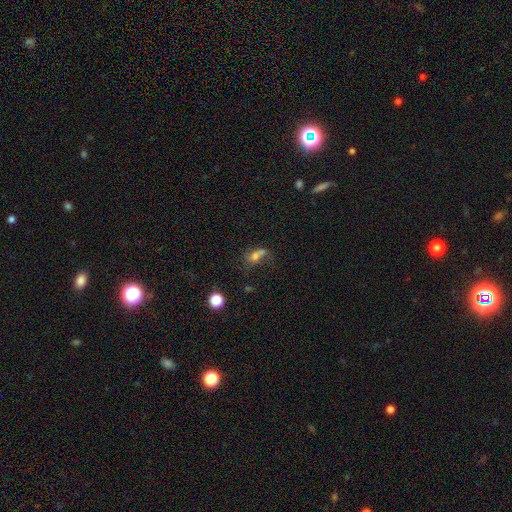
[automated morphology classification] Q: Smooth or featured?
A: smooth (66%); runner-up: featured or disk (18%)
Q: How rounded?
A: in between (52%); runner-up: round (45%)
Q: Merging?
A: merger (54%); runner-up: none (26%)